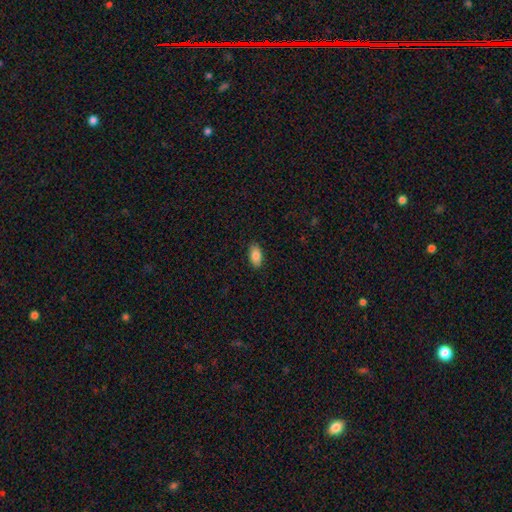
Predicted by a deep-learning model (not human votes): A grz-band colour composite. It shows a smooth galaxy with no disk features (85%) that is in between round and cigar-shaped (93%). Merging: none (88%).